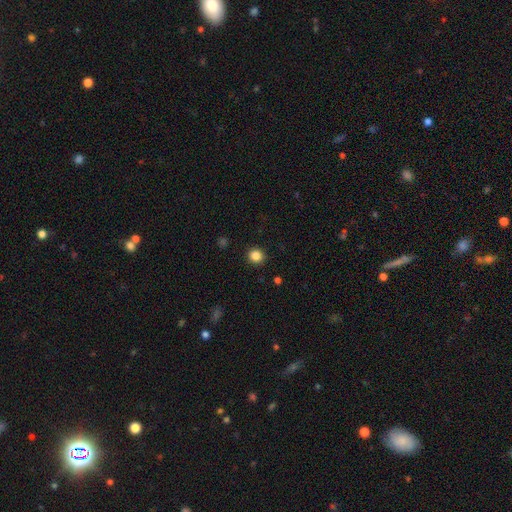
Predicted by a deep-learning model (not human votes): Morphology: type=smooth (85%); roundness=round (92%); merging=none (92%).